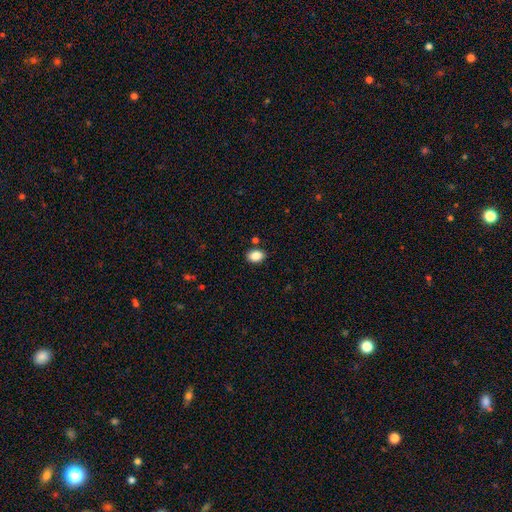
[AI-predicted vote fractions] The model was most divided on "how rounded": in between: 71%, round: 28%, cigar-shaped: 1%. More confident: smooth or featured — smooth (88%); merging — none (84%).